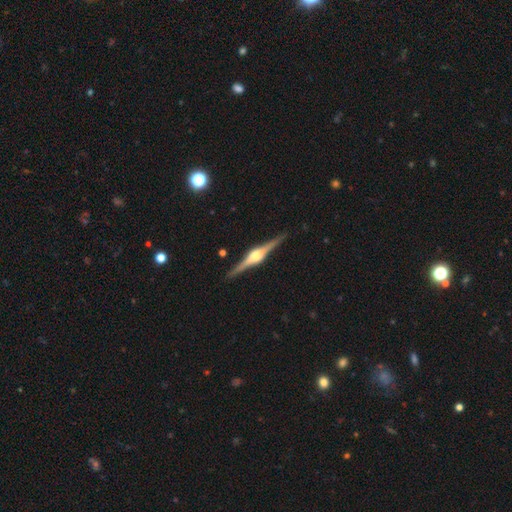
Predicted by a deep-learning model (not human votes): A featured or disk galaxy (88%) viewed edge-on (99%) with a rounded central bulge (92%).

Vote fractions:
- Smooth or featured? featured or disk: 88% / smooth: 7% / star or artifact: 5%
- Edge-on disk? yes: 99% / no: 1%
- Edge-on bulge? rounded: 92% / boxy: 6% / none: 2%
- Merging? none: 91% / minor disturbance: 6% / major disturbance: 1% / merger: 1%